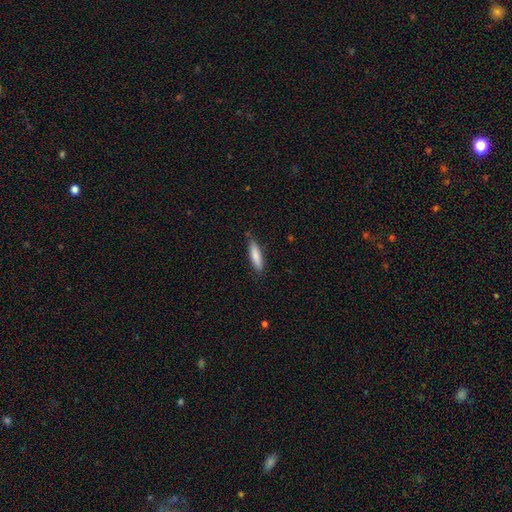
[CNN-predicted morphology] A smooth galaxy with no disk features (83%) that is cigar-shaped (74%).

Vote fractions:
- Smooth or featured? smooth: 83% / featured or disk: 12% / star or artifact: 6%
- How rounded? cigar-shaped: 74% / in between: 25% / round: 1%
- Merging? none: 82% / minor disturbance: 14% / major disturbance: 2% / merger: 2%